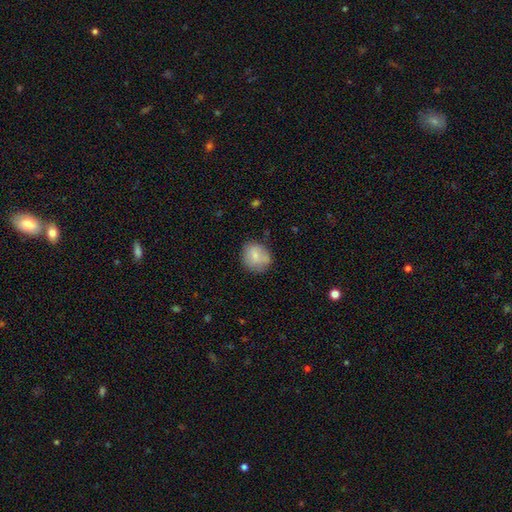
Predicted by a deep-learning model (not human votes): Overall: smooth (76%). How rounded: round (77%). Merging: none (69%).